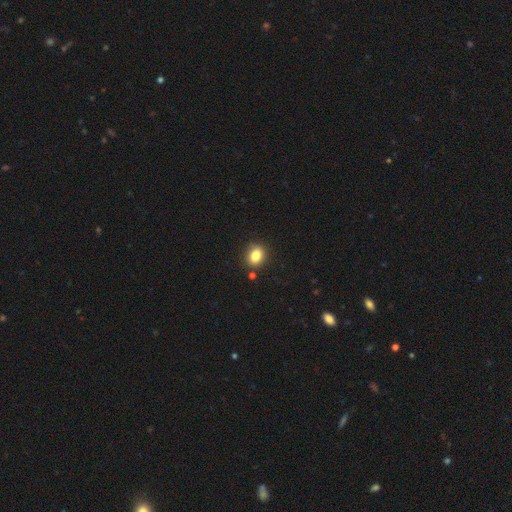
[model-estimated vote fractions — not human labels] The model was most divided on "how rounded": in between: 62%, round: 37%, cigar-shaped: 1%. More confident: smooth or featured — smooth (83%); merging — none (82%).